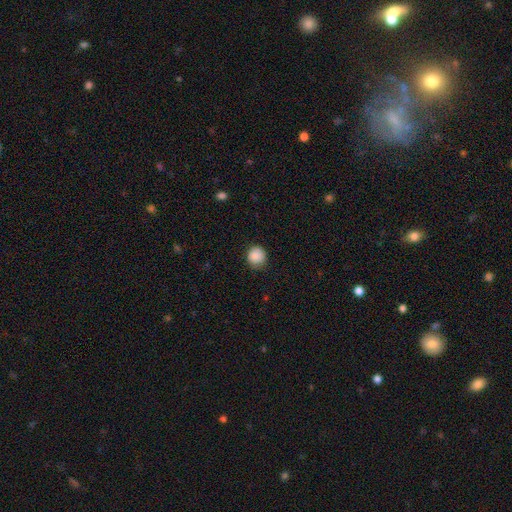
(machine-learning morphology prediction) This appears to be a smooth galaxy with no disk features (88%) that is round (89%). Merging: none (81%).